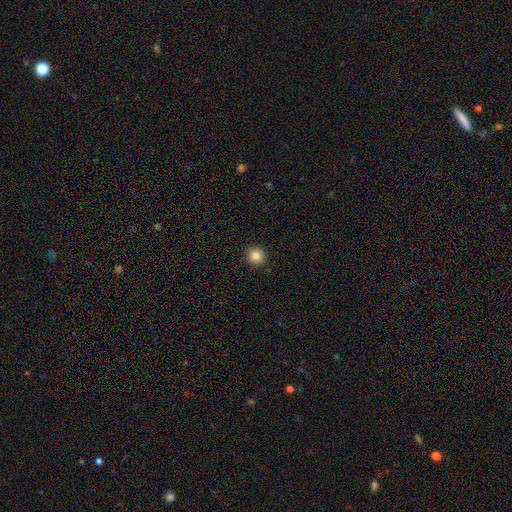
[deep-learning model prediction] The model was most divided on "smooth or featured": smooth: 84%, star or artifact: 11%, featured or disk: 5%. More confident: how rounded — round (95%); merging — none (93%).